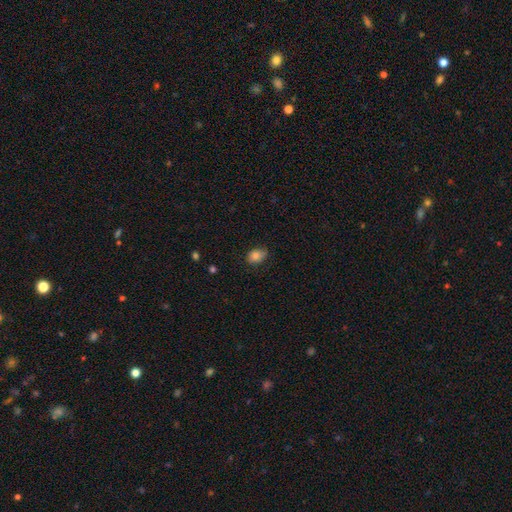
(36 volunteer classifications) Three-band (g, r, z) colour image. It shows a smooth galaxy with no disk features (86%) that is in between round and cigar-shaped (81%). Merging: none (74%).